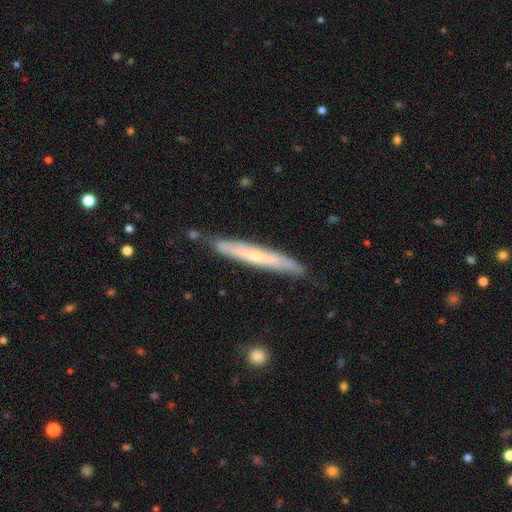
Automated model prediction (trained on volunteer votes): Smooth or featured? Predicted: featured or disk (p=0.57). Edge-on disk? Predicted: yes (p=0.82). Merging? Predicted: none (p=0.80).